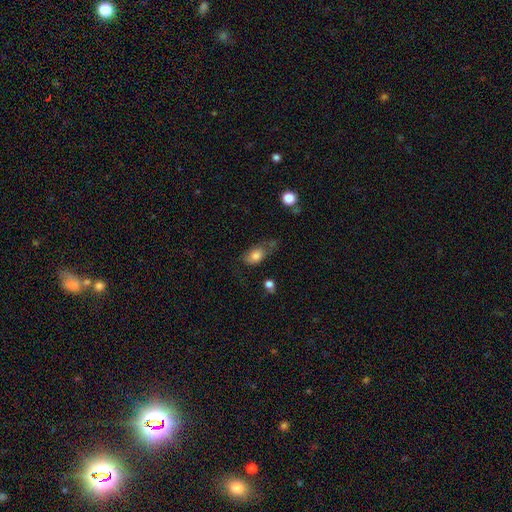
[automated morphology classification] A smooth galaxy with no disk features (77%) that is in between round and cigar-shaped (84%). Merging: none (43%).